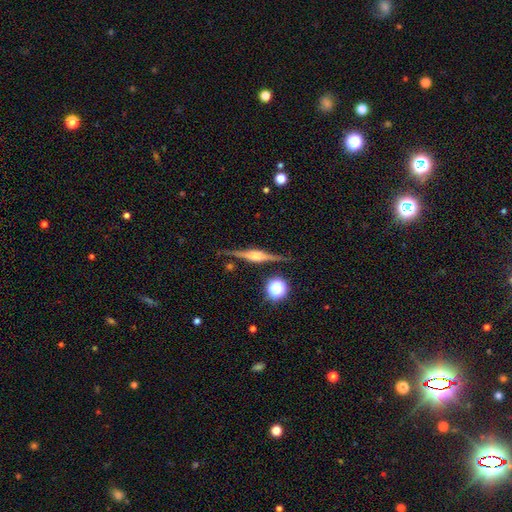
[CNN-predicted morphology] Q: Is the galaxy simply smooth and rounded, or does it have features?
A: featured or disk — 85%.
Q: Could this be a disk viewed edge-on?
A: yes — 98%.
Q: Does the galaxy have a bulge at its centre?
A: rounded — 80%.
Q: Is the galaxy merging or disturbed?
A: none — 88%.